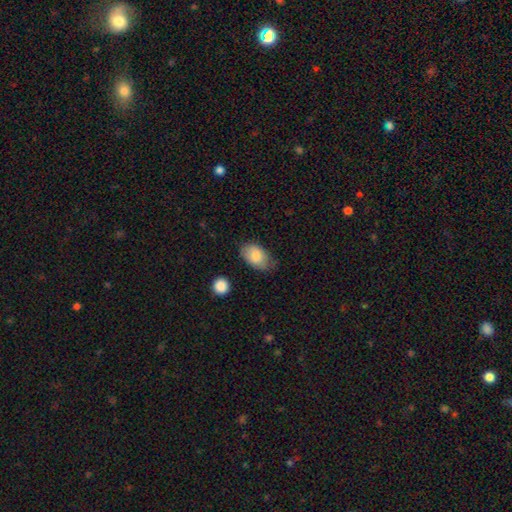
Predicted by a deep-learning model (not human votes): Smooth or featured? smooth (82%)
How rounded? in between (91%)
Merging? none (66%)